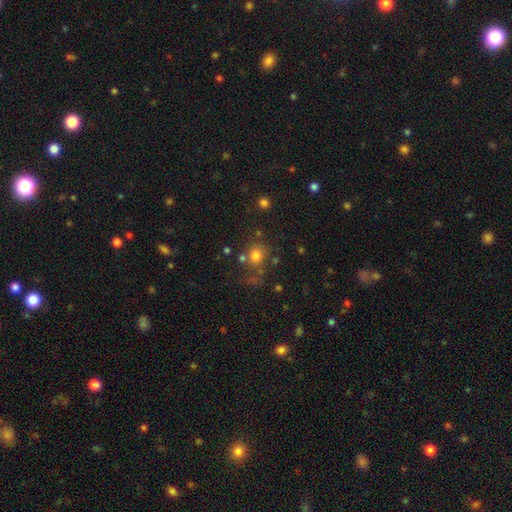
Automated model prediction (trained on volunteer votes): The model was most divided on "merging": none: 62%, minor disturbance: 15%, merger: 14%, major disturbance: 10%. More confident: smooth or featured — smooth (75%); how rounded — round (75%).